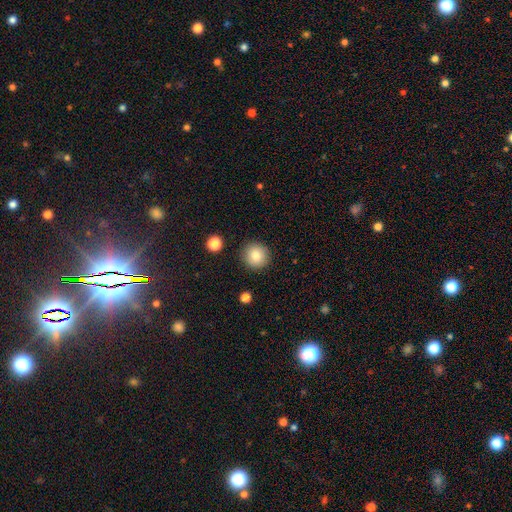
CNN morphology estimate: This is clearly a smooth galaxy (84%). How rounded: clearly round (94%). Merging: clearly none (90%).